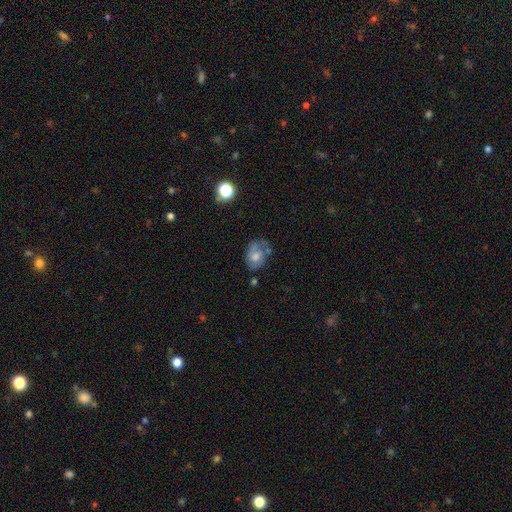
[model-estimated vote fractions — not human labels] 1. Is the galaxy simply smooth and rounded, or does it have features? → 50% smooth, 40% featured or disk, 9% star or artifact.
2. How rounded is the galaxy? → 68% in between, 31% round, 1% cigar-shaped.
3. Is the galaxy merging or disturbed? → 38% none, 28% minor disturbance, 23% major disturbance, 10% merger.